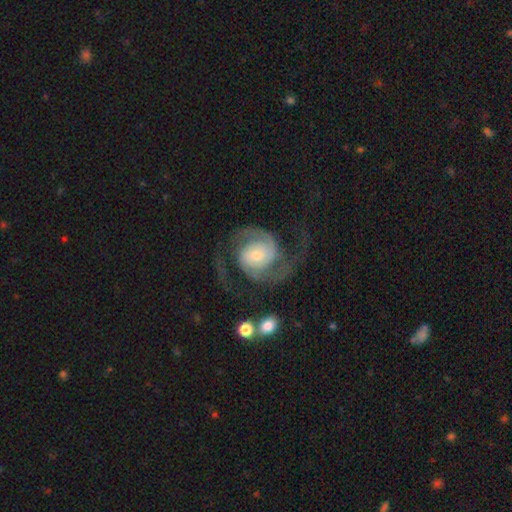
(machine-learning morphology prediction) smooth_or_featured: featured or disk (p=0.91) [alt: smooth p=0.05]
disk_edge_on: no (p=0.98) [alt: yes p=0.02]
bar: no (p=0.58) [alt: weak p=0.31]
has_spiral_arms: yes (p=0.98) [alt: no p=0.02]
spiral_winding: medium (p=0.54) [alt: tight p=0.27]
spiral_arm_count: 2 (p=0.91) [alt: 3 p=0.03]
bulge_size: small (p=0.48) [alt: moderate p=0.41]
merging: none (p=0.72) [alt: major disturbance p=0.13]